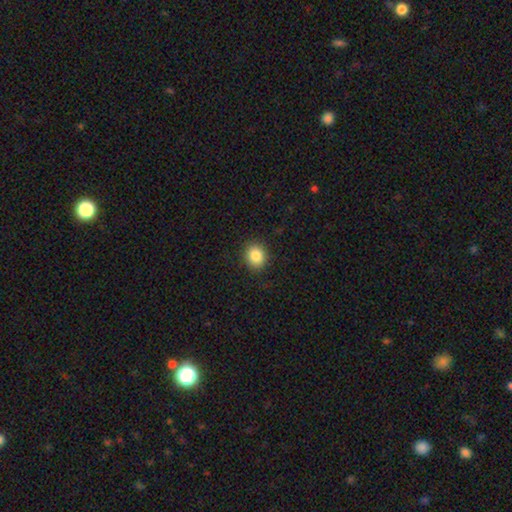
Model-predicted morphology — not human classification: Smooth or featured: smooth — 86% (star or artifact — 9%)
How rounded: round — 74% (in between — 25%)
Merging: none — 89% (minor disturbance — 8%)